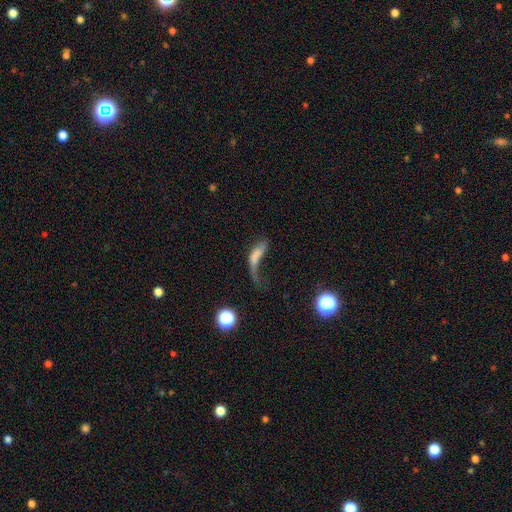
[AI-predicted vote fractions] smooth_or_featured: smooth (p=0.53) [alt: featured or disk p=0.34]
how_rounded: in between (p=0.54) [alt: cigar-shaped p=0.40]
merging: major disturbance (p=0.54) [alt: none p=0.20]